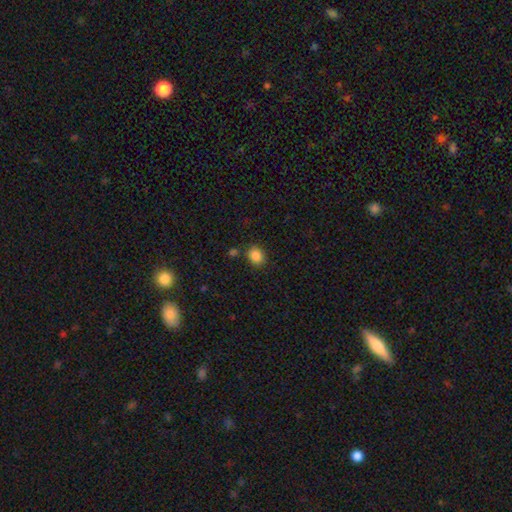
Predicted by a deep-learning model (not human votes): A smooth galaxy with no disk features (86%) that is round (53%). Merging: none (81%).